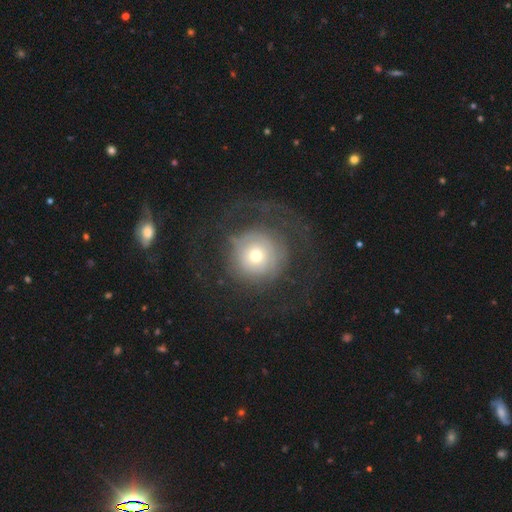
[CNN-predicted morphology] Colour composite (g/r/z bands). It shows a featured or disk galaxy (50%). Merging: none (55%).